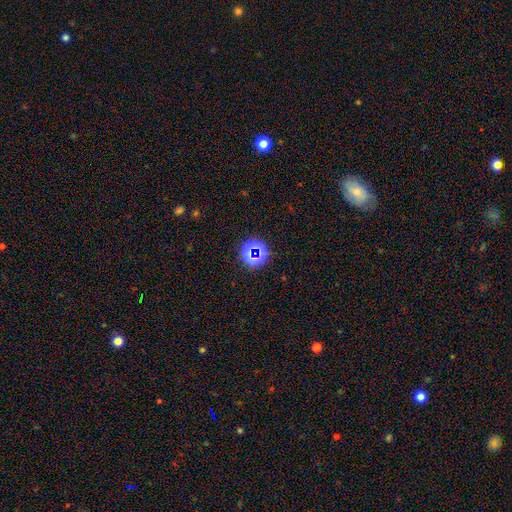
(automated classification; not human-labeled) Smooth or featured? star or artifact (64%)